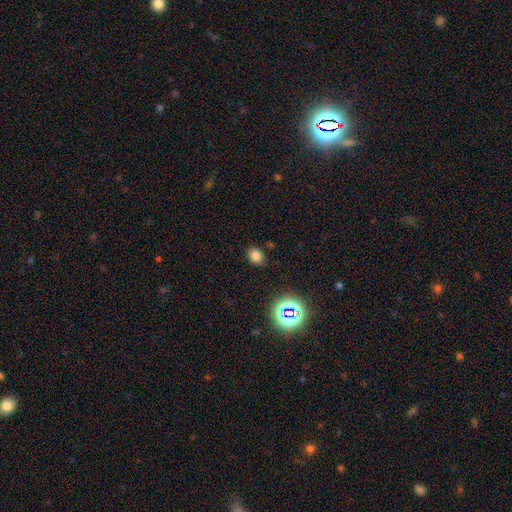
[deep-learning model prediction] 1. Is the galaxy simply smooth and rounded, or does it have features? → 76% smooth, 18% star or artifact, 6% featured or disk.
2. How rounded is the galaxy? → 59% in between, 40% round, 1% cigar-shaped.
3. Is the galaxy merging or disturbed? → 85% none, 10% minor disturbance, 3% major disturbance, 2% merger.